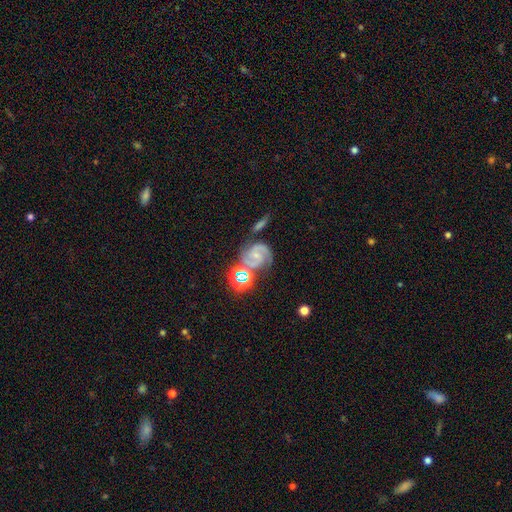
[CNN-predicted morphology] This is likely a featured or disk galaxy (78%). It is clearly not viewed edge-on (98%). Bar: possibly no (51%). Spiral arm pattern: clearly yes (97%). Spiral arm count: clearly 2 (82%). Spiral winding: possibly medium (49%). Central bulge: likely small (66%). Merging: possibly none (57%).